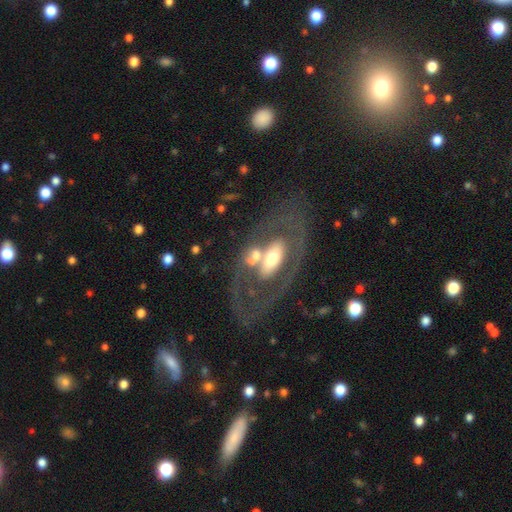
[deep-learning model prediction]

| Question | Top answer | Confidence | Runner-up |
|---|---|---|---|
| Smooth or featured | featured or disk | 66% | smooth (27%) |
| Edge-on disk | no | 88% | yes (12%) |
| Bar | no | 61% | weak (20%) |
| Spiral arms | no | 62% | yes (38%) |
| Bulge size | moderate | 58% | large (23%) |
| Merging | none | 49% | major disturbance (20%) |